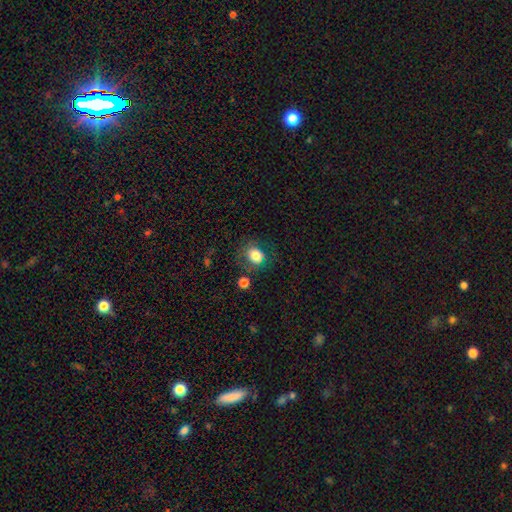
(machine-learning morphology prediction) smooth 77%, featured or disk 12%, star or artifact 11%. Down the decision tree: how rounded — round (64%); merging — none (69%).